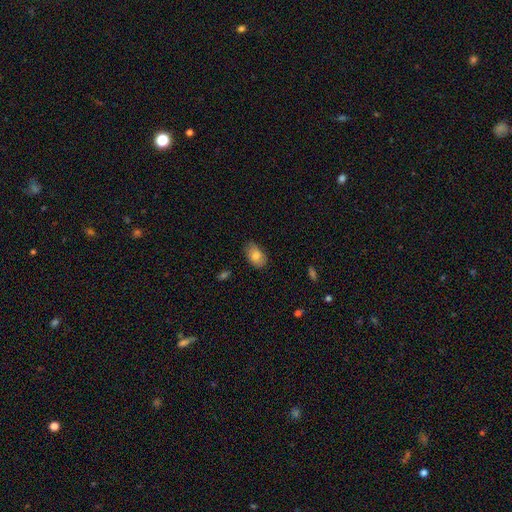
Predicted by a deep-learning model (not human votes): Q: Smooth or featured?
A: smooth (79%); runner-up: featured or disk (14%)
Q: How rounded?
A: in between (90%); runner-up: round (9%)
Q: Merging?
A: none (78%); runner-up: minor disturbance (18%)